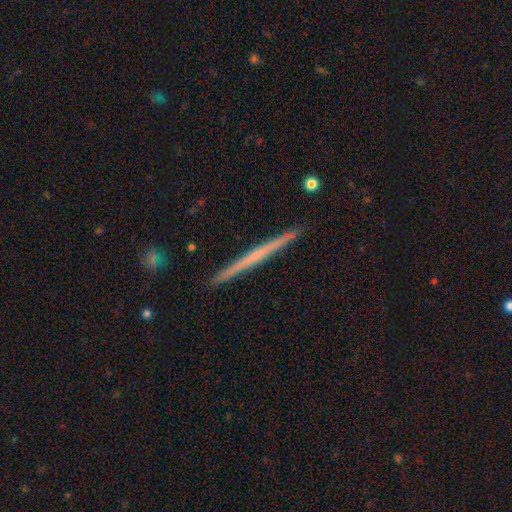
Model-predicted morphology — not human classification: smooth_or_featured: featured or disk (p=0.58) [alt: smooth p=0.36]
disk_edge_on: yes (p=0.98) [alt: no p=0.02]
edge_on_bulge: none (p=0.86) [alt: rounded p=0.10]
merging: none (p=0.93) [alt: minor disturbance p=0.05]